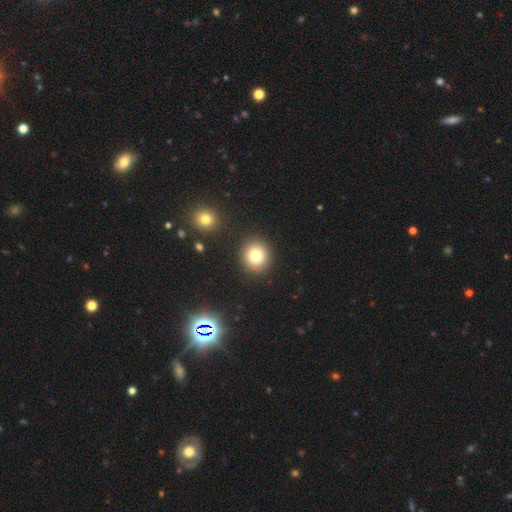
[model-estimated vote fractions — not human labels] smooth 78%, star or artifact 12%, featured or disk 9%. Down the decision tree: how rounded — round (87%); merging — none (89%).